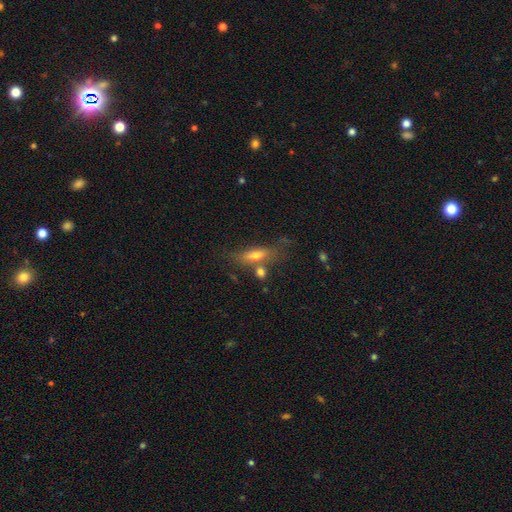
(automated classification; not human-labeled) Smooth or featured? smooth (51%)
How rounded? cigar-shaped (62%)
Merging? none (60%)